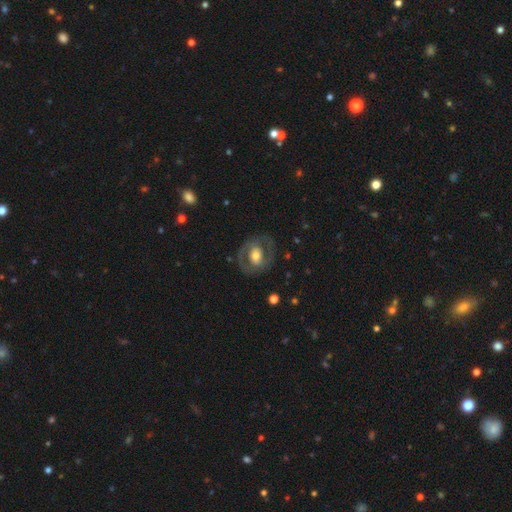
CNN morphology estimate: Overall: featured or disk (63%; smooth 32%). Edge-on disk: no (95%). Bar: no (50%; weak 32%). Spiral arms: no (54%; yes 46%). Bulge size: moderate (64%). Merging: none (75%).